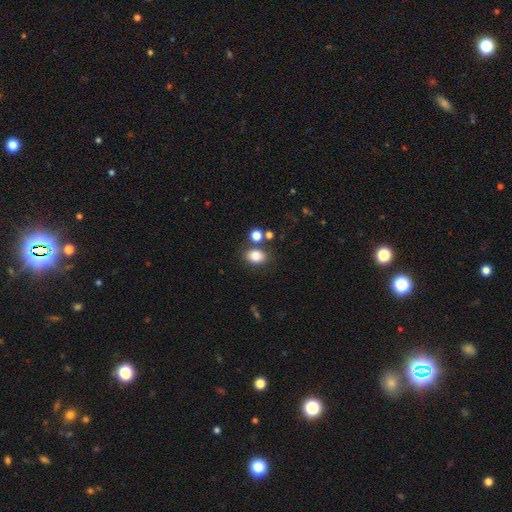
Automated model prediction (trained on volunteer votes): Morphology: type=smooth (81%); roundness=in between (61%); merging=none (73%).